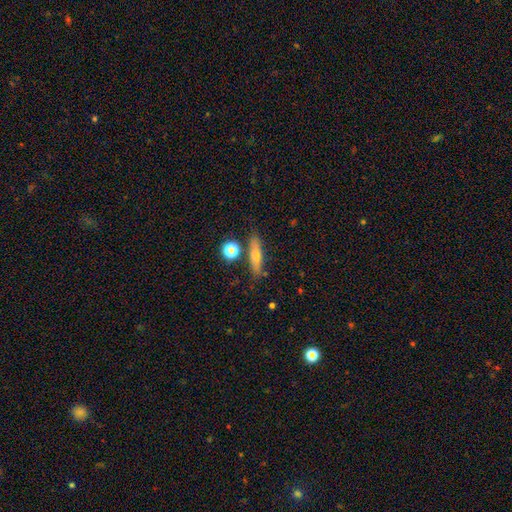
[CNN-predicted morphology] Smooth or featured? smooth (66%)
How rounded? cigar-shaped (68%)
Merging? none (79%)